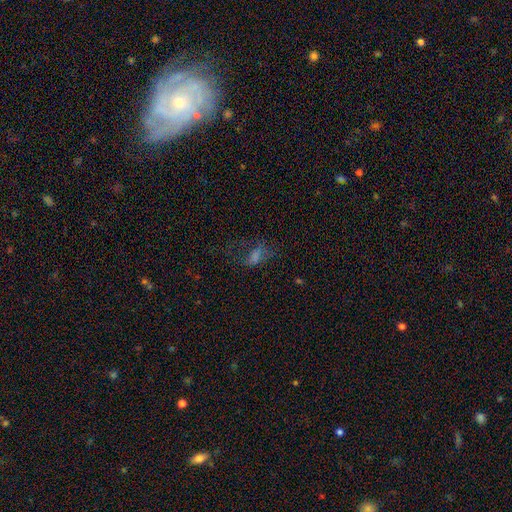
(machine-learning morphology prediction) type=smooth (44%); merging=none (46%).